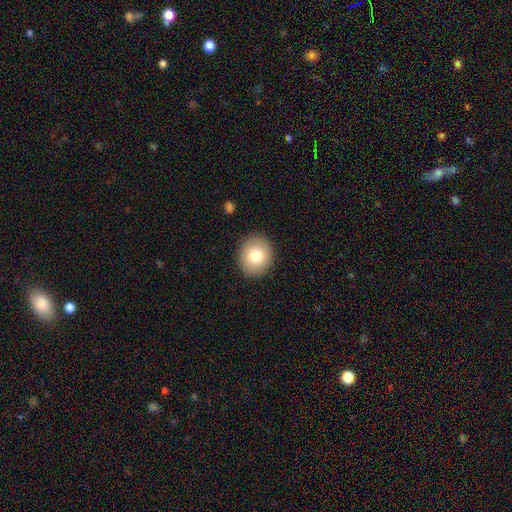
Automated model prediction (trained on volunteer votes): Morphology: type=smooth (79%); roundness=round (76%); merging=none (90%).